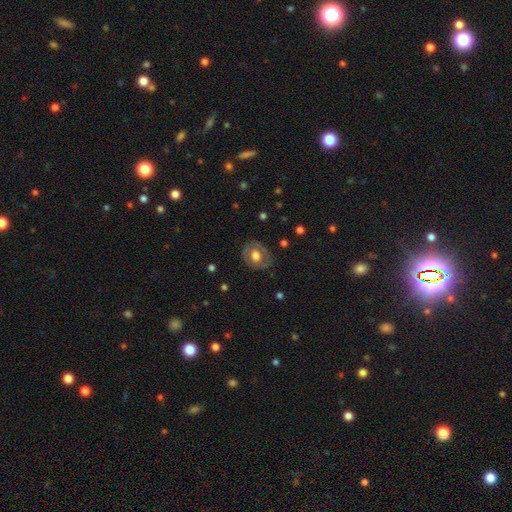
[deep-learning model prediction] Smooth or featured?
  - smooth: 50% *
  - featured or disk: 43%
  - star or artifact: 7%
Merging?
  - none: 78% *
  - minor disturbance: 15%
  - major disturbance: 6%
  - merger: 1%